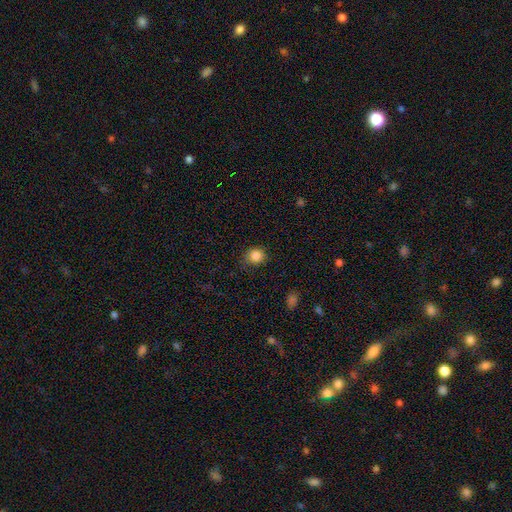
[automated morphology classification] Q: Smooth or featured?
A: smooth (85%); runner-up: star or artifact (11%)
Q: How rounded?
A: round (80%); runner-up: in between (19%)
Q: Merging?
A: none (82%); runner-up: minor disturbance (14%)